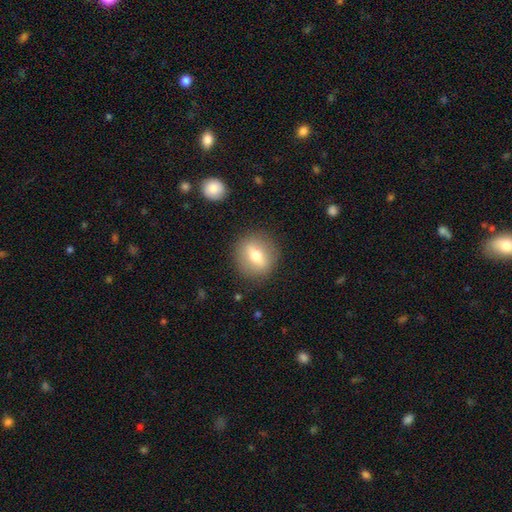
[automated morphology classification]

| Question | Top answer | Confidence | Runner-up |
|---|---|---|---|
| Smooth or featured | smooth | 58% | featured or disk (34%) |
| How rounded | round | 83% | in between (15%) |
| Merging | none | 87% | minor disturbance (9%) |